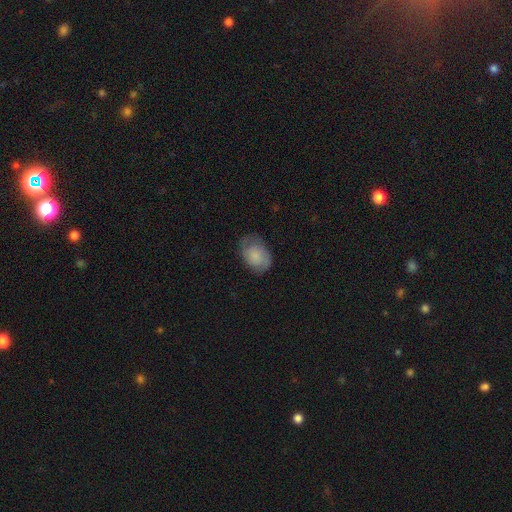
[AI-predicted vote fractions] Q: Smooth or featured?
A: smooth (66%); runner-up: featured or disk (26%)
Q: How rounded?
A: in between (82%); runner-up: round (17%)
Q: Merging?
A: none (63%); runner-up: minor disturbance (26%)